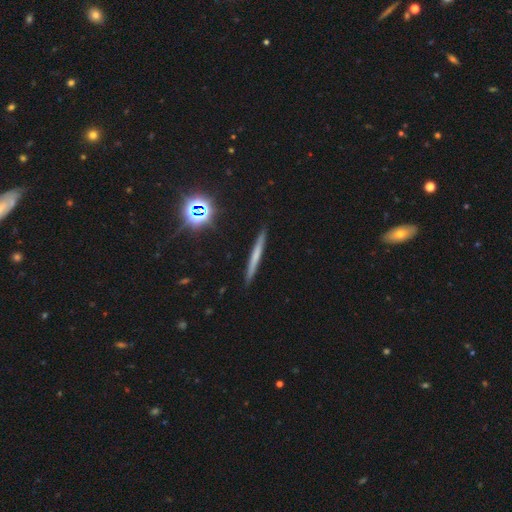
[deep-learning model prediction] smooth_or_featured: smooth (p=0.51) [alt: featured or disk p=0.37]
how_rounded: cigar-shaped (p=0.96) [alt: in between p=0.02]
merging: none (p=0.91) [alt: minor disturbance p=0.06]